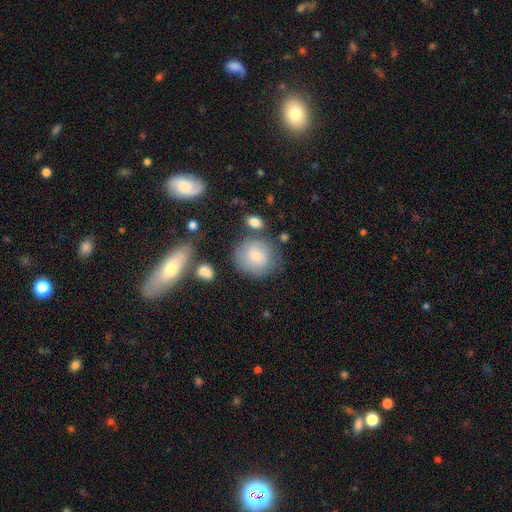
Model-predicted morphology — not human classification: smooth_or_featured: smooth (p=0.72) [alt: featured or disk p=0.19]
how_rounded: round (p=0.85) [alt: in between p=0.14]
merging: none (p=0.65) [alt: minor disturbance p=0.19]